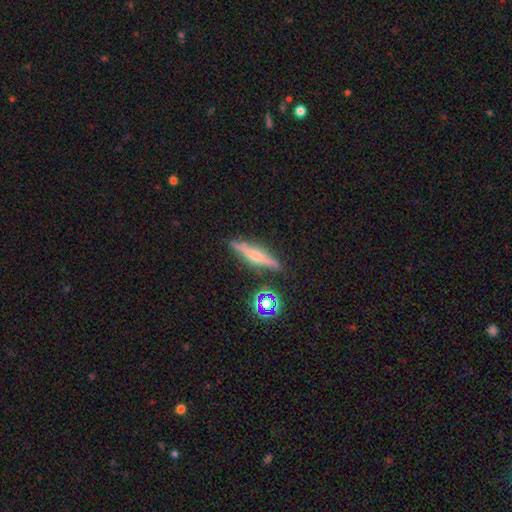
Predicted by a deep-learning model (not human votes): A featured or disk galaxy (57%) viewed edge-on (95%) with a rounded central bulge (77%). Merging: none (84%).